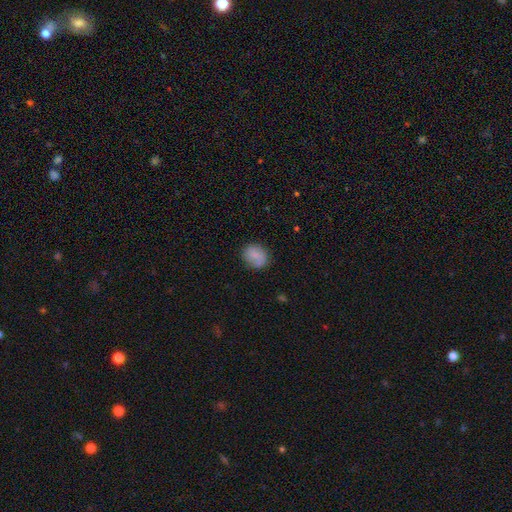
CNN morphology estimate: smooth_or_featured: smooth (p=0.78) [alt: featured or disk p=0.15]
how_rounded: round (p=0.60) [alt: in between p=0.39]
merging: none (p=0.81) [alt: minor disturbance p=0.14]